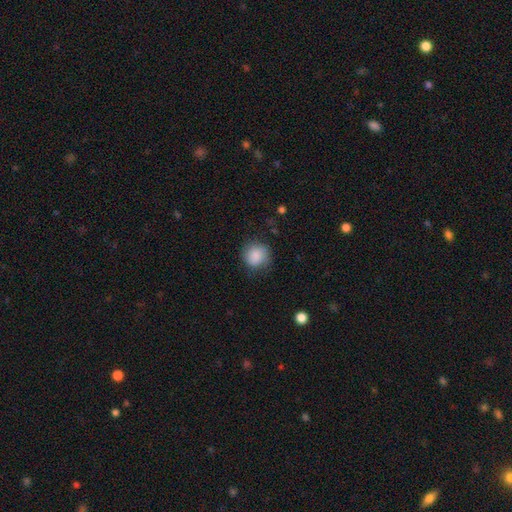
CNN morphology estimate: Smooth or featured? smooth (87%)
How rounded? round (88%)
Merging? none (78%)